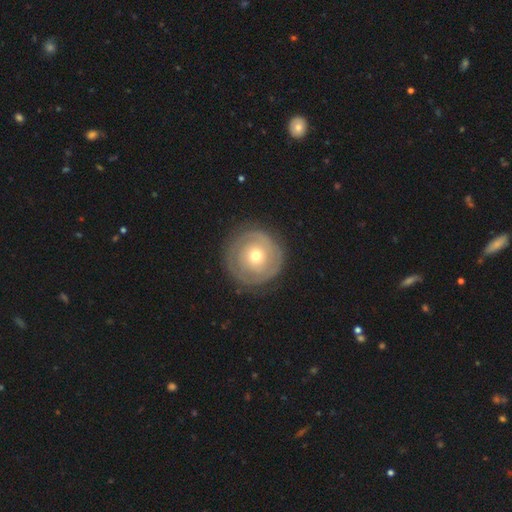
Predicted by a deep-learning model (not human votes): Smooth or featured? featured or disk (57%)
Edge-on disk? no (96%)
Bar? no (86%)
Spiral arms? yes (56%)
Bulge size? moderate (59%)
Merging? none (82%)